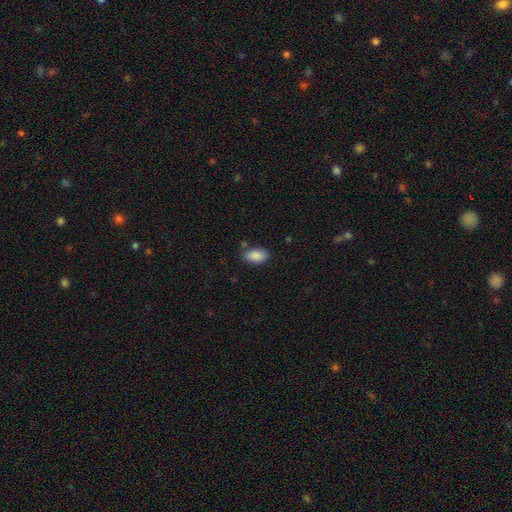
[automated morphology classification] smooth 89%, star or artifact 7%, featured or disk 4%. Down the decision tree: how rounded — in between (92%); merging — none (78%).